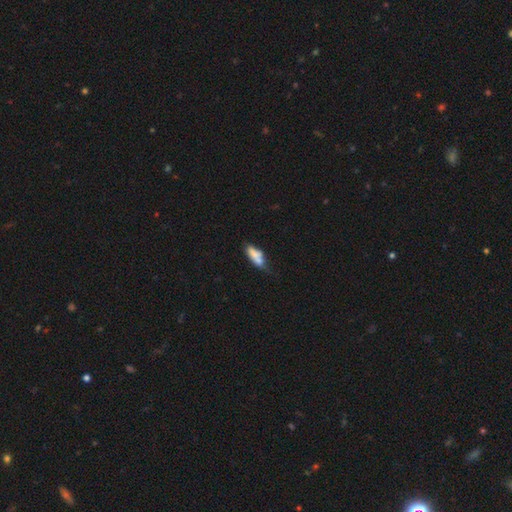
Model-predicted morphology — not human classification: Smooth or featured? Predicted: smooth (p=0.69). How rounded? Predicted: in between (p=0.63). Merging? Predicted: none (p=0.40).